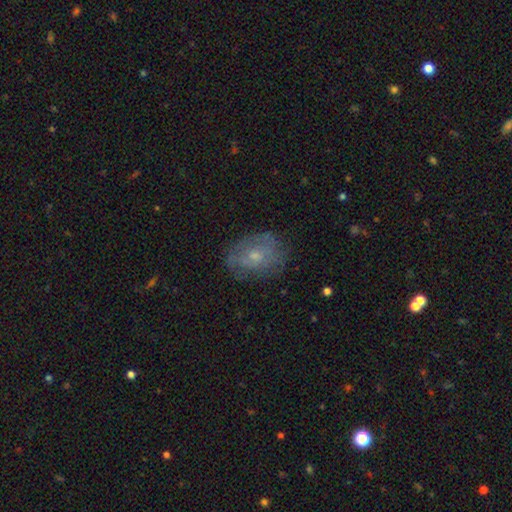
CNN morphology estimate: A featured or disk galaxy (46%).

Vote fractions:
- Smooth or featured? featured or disk: 46% / smooth: 44% / star or artifact: 10%
- Merging? none: 68% / minor disturbance: 22% / major disturbance: 9% / merger: 1%